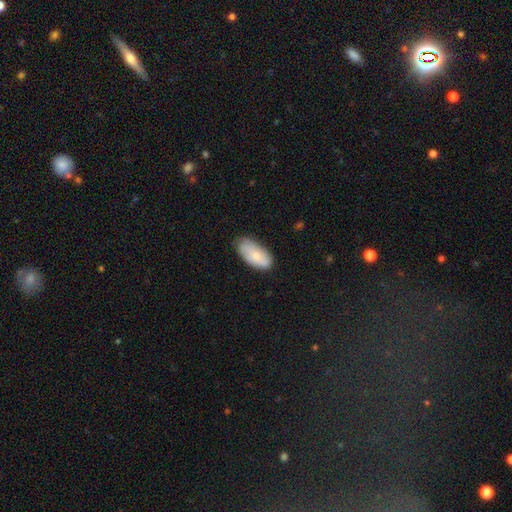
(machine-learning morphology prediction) Smooth or featured: smooth — 74% (featured or disk — 20%)
How rounded: in between — 92% (cigar-shaped — 6%)
Merging: none — 69% (minor disturbance — 25%)